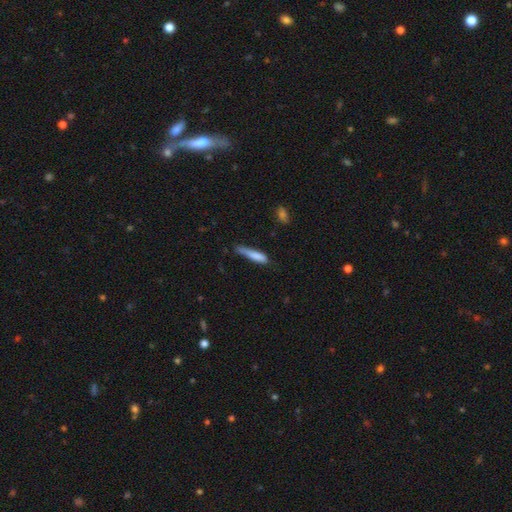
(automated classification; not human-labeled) Smooth or featured: smooth — 78% (featured or disk — 15%)
How rounded: cigar-shaped — 85% (in between — 13%)
Merging: none — 48% (minor disturbance — 37%)